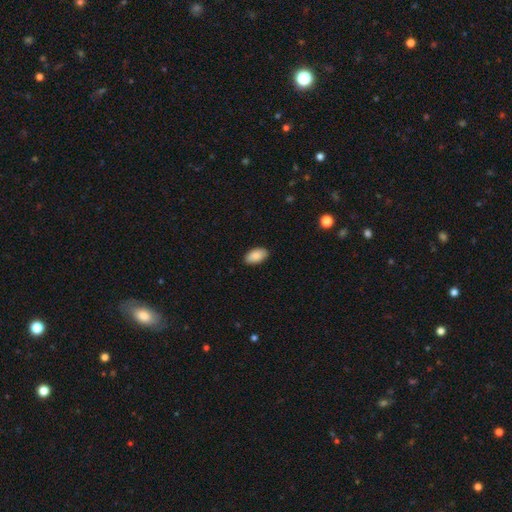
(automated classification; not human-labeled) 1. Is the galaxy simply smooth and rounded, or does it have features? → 89% smooth, 6% star or artifact, 5% featured or disk.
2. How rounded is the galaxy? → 95% in between, 3% round, 2% cigar-shaped.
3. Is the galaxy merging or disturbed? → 87% none, 10% minor disturbance, 2% major disturbance, 1% merger.